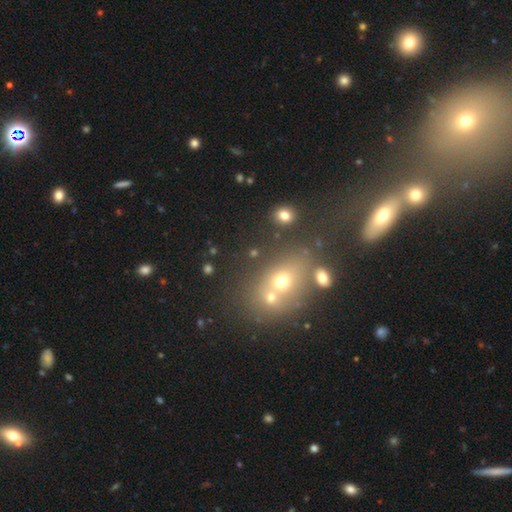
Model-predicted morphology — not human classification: smooth_or_featured: smooth (p=0.49) [alt: star or artifact p=0.28]
merging: none (p=0.47) [alt: merger p=0.36]